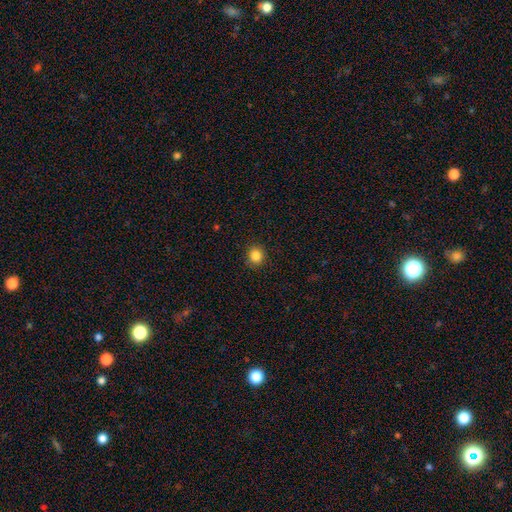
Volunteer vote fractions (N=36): smooth 92%, featured or disk 6%, star or artifact 3%. Down the decision tree: how rounded — round (94%); merging — none (94%).